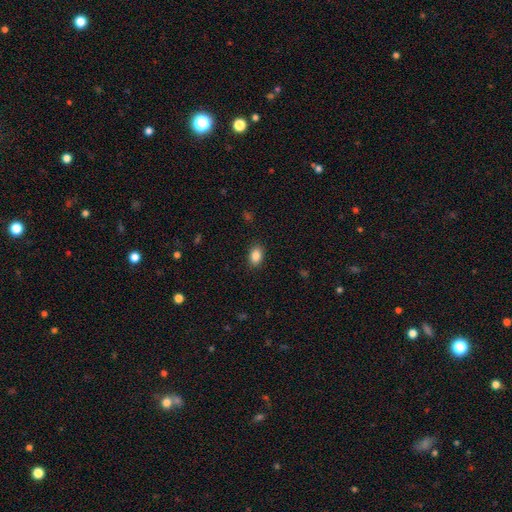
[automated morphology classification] smooth_or_featured: smooth (p=0.87) [alt: star or artifact p=0.08]
how_rounded: in between (p=0.83) [alt: round p=0.16]
merging: none (p=0.89) [alt: minor disturbance p=0.08]